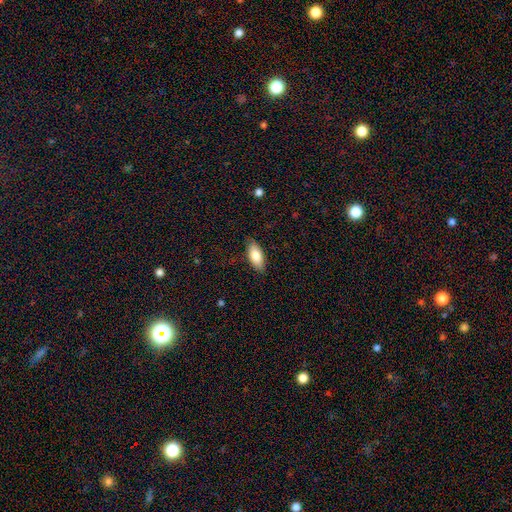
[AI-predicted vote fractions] Q: Smooth or featured?
A: smooth (80%); runner-up: featured or disk (14%)
Q: How rounded?
A: in between (85%); runner-up: cigar-shaped (13%)
Q: Merging?
A: none (86%); runner-up: minor disturbance (11%)